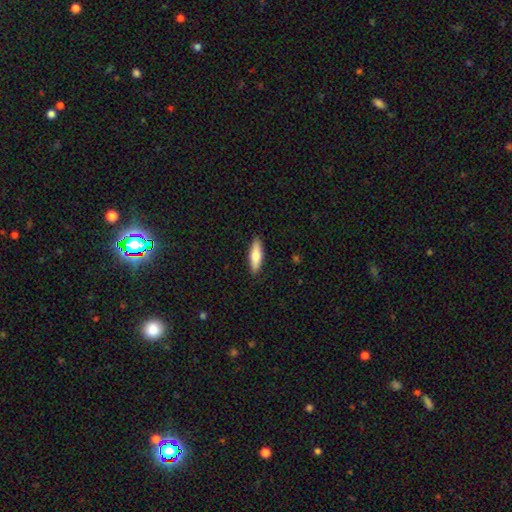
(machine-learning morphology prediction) smooth-or-featured: smooth: 75% | featured or disk: 19% | star or artifact: 5%
  how-rounded: cigar-shaped: 55% | in between: 43% | round: 2%
  merging: none: 89% | minor disturbance: 8% | major disturbance: 2% | merger: 1%